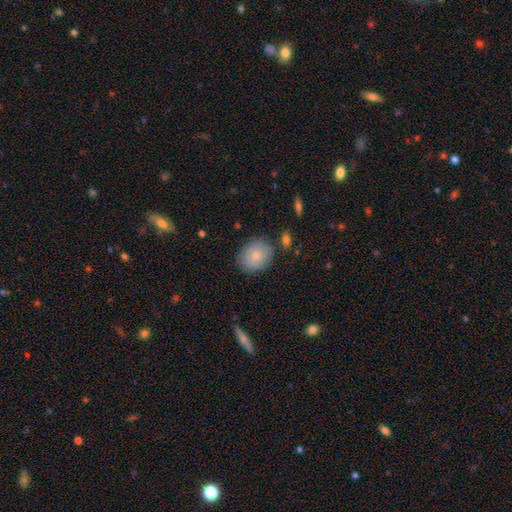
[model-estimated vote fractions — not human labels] Smooth or featured? smooth (78%)
How rounded? round (53%)
Merging? none (82%)